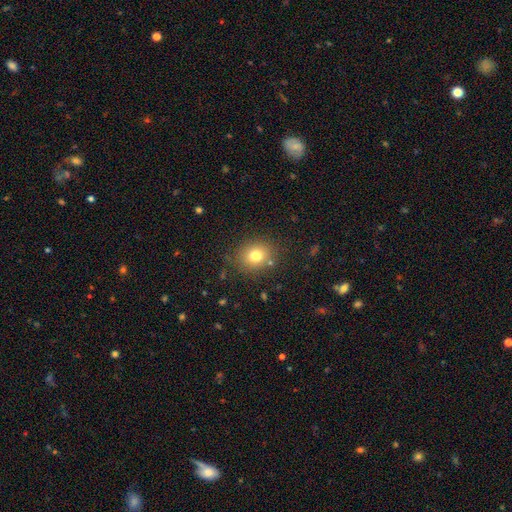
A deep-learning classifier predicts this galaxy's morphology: smooth 77%, star or artifact 13%, featured or disk 10%. Down the decision tree: how rounded — round (70%); merging — none (83%).